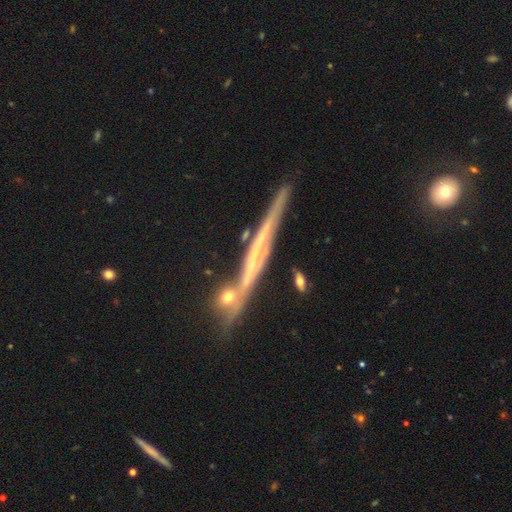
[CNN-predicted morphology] A featured or disk galaxy (72%) viewed edge-on (95%) with no central bulge (75%).

Vote fractions:
- Smooth or featured? featured or disk: 72% / smooth: 20% / star or artifact: 9%
- Edge-on disk? yes: 95% / no: 5%
- Edge-on bulge? none: 75% / rounded: 15% / boxy: 10%
- Merging? none: 75% / minor disturbance: 12% / merger: 9% / major disturbance: 4%